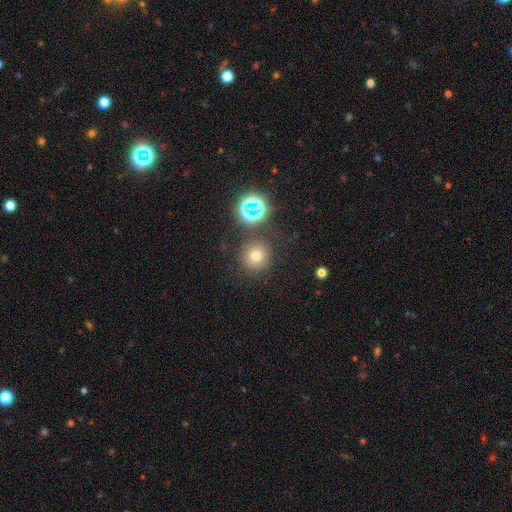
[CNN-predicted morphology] Smooth or featured? Predicted: smooth (p=0.69). How rounded? Predicted: round (p=0.93). Merging? Predicted: none (p=0.82).